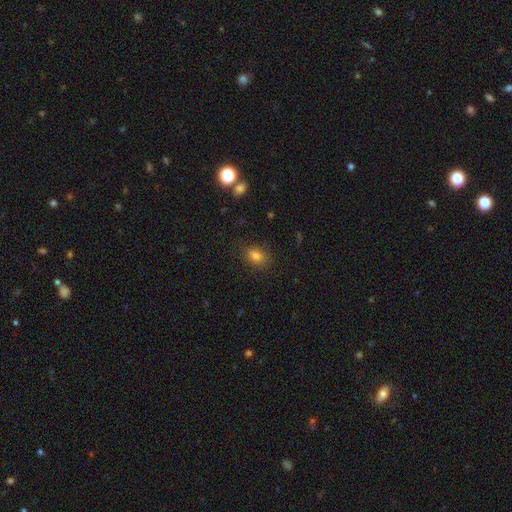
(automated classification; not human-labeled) smooth 81%, star or artifact 12%, featured or disk 6%. Down the decision tree: how rounded — in between (66%); merging — none (84%).